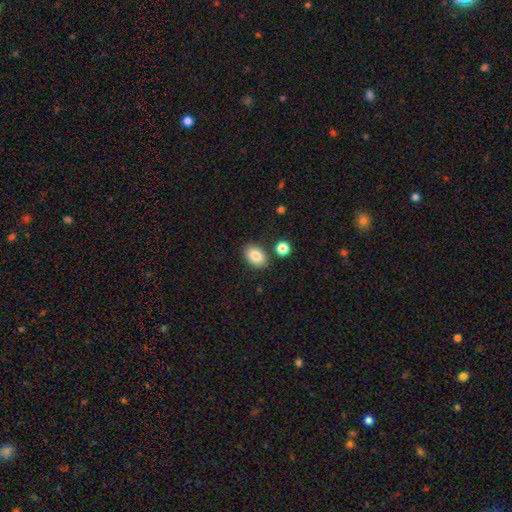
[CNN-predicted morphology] Smooth or featured: smooth — 84% (star or artifact — 8%)
How rounded: in between — 78% (round — 21%)
Merging: none — 82% (minor disturbance — 10%)